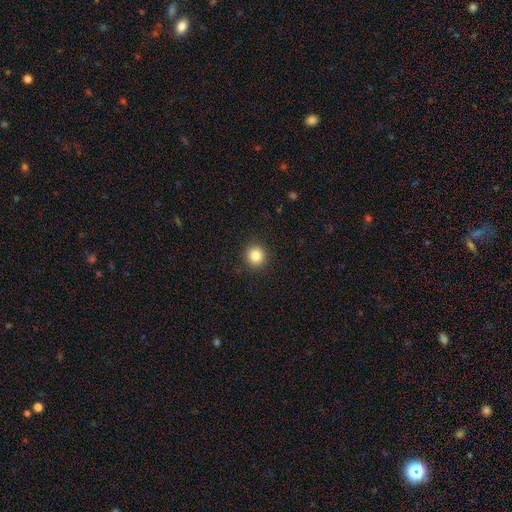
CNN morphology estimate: smooth-or-featured: smooth: 84% | star or artifact: 11% | featured or disk: 5%
  how-rounded: round: 92% | in between: 7% | cigar-shaped: 1%
  merging: none: 92% | minor disturbance: 6% | major disturbance: 2% | merger: 1%